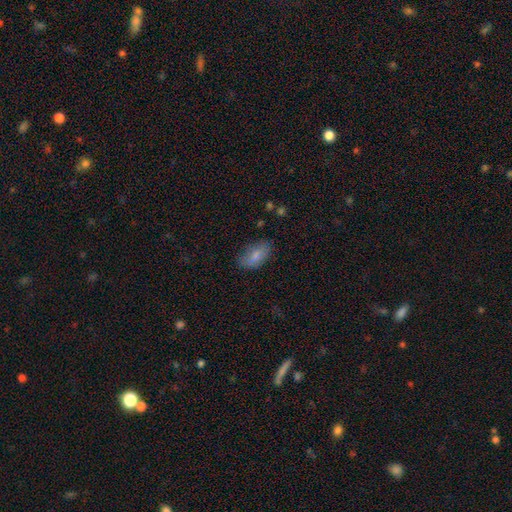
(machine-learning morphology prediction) Smooth or featured? smooth (80%)
How rounded? in between (92%)
Merging? none (71%)